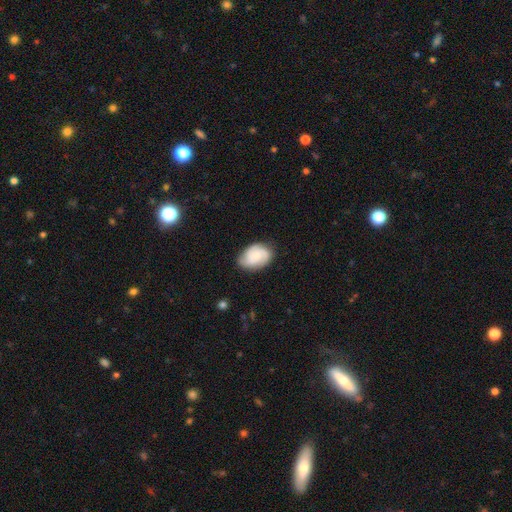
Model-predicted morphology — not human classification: type=featured or disk (50%); merging=none (70%).